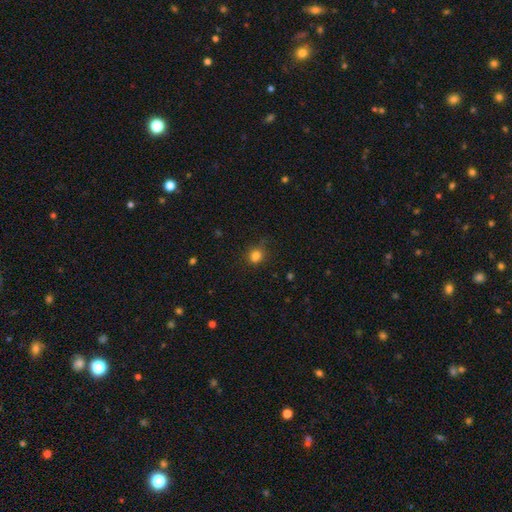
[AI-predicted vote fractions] Smooth or featured?
  - smooth: 81% *
  - star or artifact: 14%
  - featured or disk: 6%
How rounded?
  - round: 73% *
  - in between: 26%
  - cigar-shaped: 1%
Merging?
  - none: 72% *
  - minor disturbance: 19%
  - major disturbance: 6%
  - merger: 3%